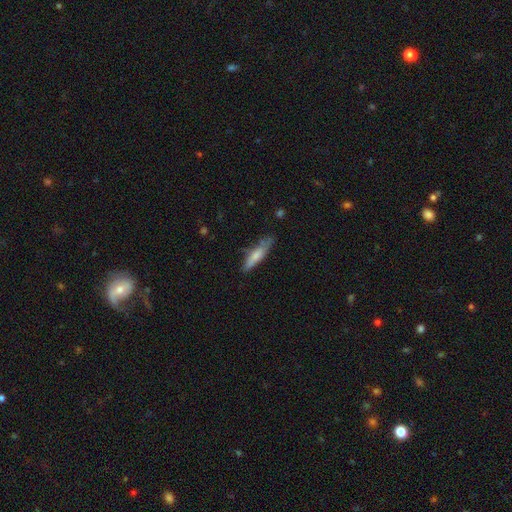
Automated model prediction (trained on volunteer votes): A smooth galaxy with no disk features (68%) that is cigar-shaped (74%). Merging: none (64%).